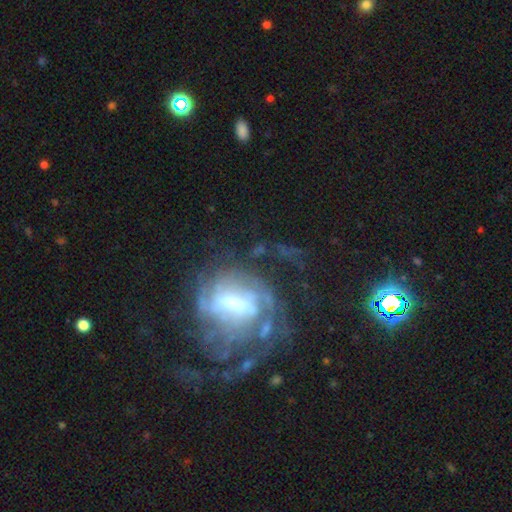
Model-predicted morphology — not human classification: A featured or disk galaxy (78%) with a weak bar (42%), tight (53%) spiral arms (85%) and a moderate central bulge (44%).

Vote fractions:
- Smooth or featured? featured or disk: 78% / star or artifact: 12% / smooth: 9%
- Edge-on disk? no: 94% / yes: 6%
- Bar? weak: 42% / strong: 41% / no: 17%
- Spiral arms? yes: 85% / no: 15%
- Spiral winding? tight: 53% / medium: 33% / loose: 14%
- Spiral arm count? can't tell: 47% / 2: 16% / 3: 13% / 4: 11% / more than 4: 8% / 1: 6%
- Bulge size? moderate: 44% / small: 33% / large: 14% / none: 7% / dominant: 2%
- Merging? none: 51% / major disturbance: 28% / minor disturbance: 18% / merger: 3%